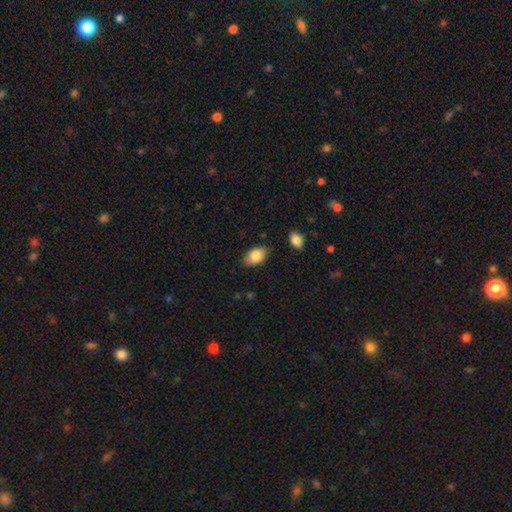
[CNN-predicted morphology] smooth 85%, featured or disk 8%, star or artifact 7%. Down the decision tree: how rounded — in between (92%); merging — none (82%).